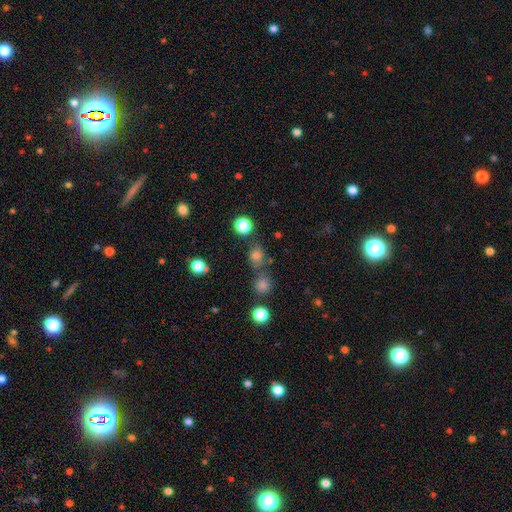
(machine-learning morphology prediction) Smooth or featured?
  - smooth: 64% *
  - star or artifact: 28%
  - featured or disk: 8%
How rounded?
  - round: 75% *
  - in between: 23%
  - cigar-shaped: 2%
Merging?
  - none: 66% *
  - merger: 20%
  - minor disturbance: 10%
  - major disturbance: 4%